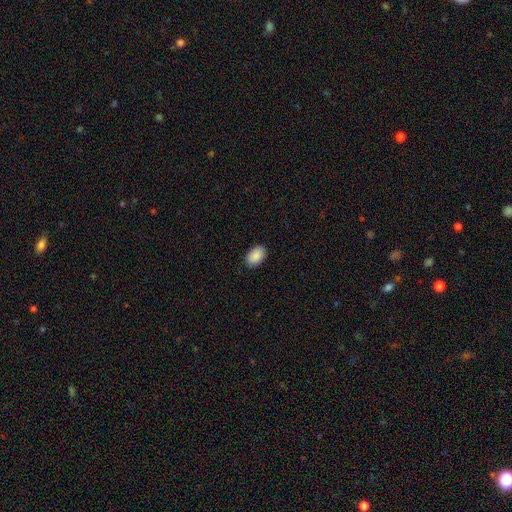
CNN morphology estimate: Q: Smooth or featured?
A: smooth (90%); runner-up: star or artifact (7%)
Q: How rounded?
A: in between (90%); runner-up: round (9%)
Q: Merging?
A: none (88%); runner-up: minor disturbance (9%)